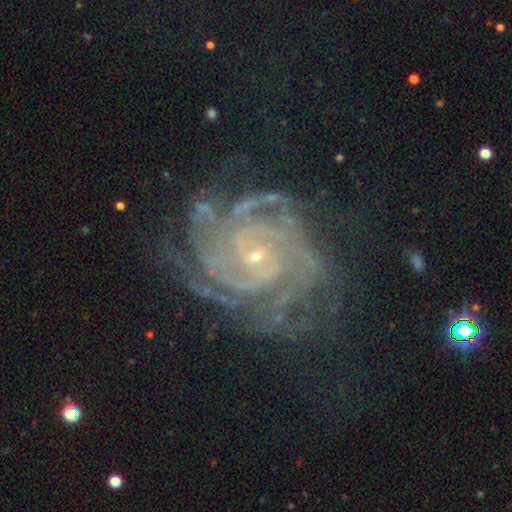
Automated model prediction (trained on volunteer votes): Overall: featured or disk (89%). Edge-on disk: no (98%). Bar: no (69%). Spiral arms: yes (98%). Spiral arm count: 4 (21%, tied with can't tell). Spiral winding: tight (77%). Bulge size: small (85%). Merging: none (66%).